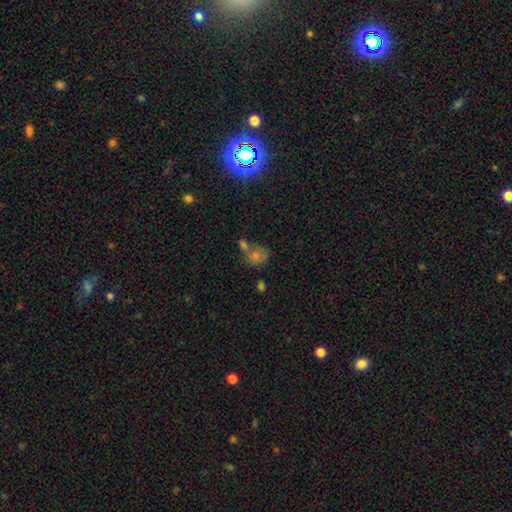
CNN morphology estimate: smooth 50%, star or artifact 32%, featured or disk 19%. Down the decision tree: merging — none (51%).